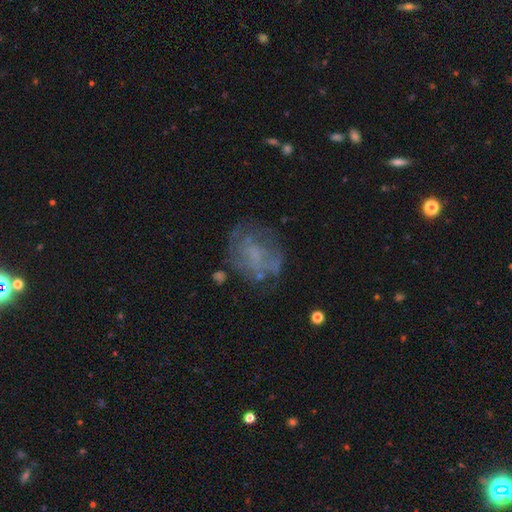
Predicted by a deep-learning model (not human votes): A featured or disk galaxy (51%). Merging: none (60%).